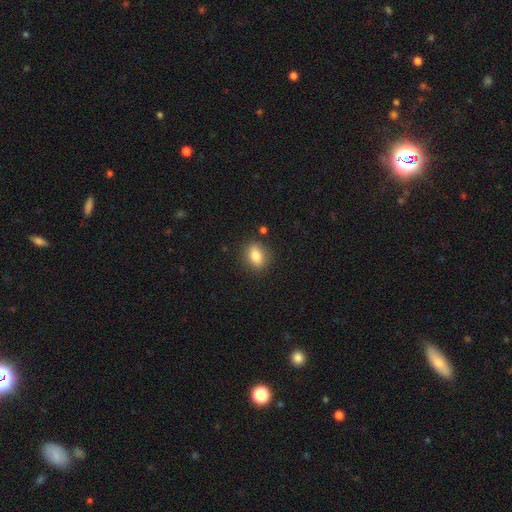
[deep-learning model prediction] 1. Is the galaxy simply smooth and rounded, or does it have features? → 82% smooth, 9% featured or disk, 9% star or artifact.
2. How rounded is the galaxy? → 70% in between, 27% round, 3% cigar-shaped.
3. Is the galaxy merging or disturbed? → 84% none, 11% minor disturbance, 3% major disturbance, 2% merger.